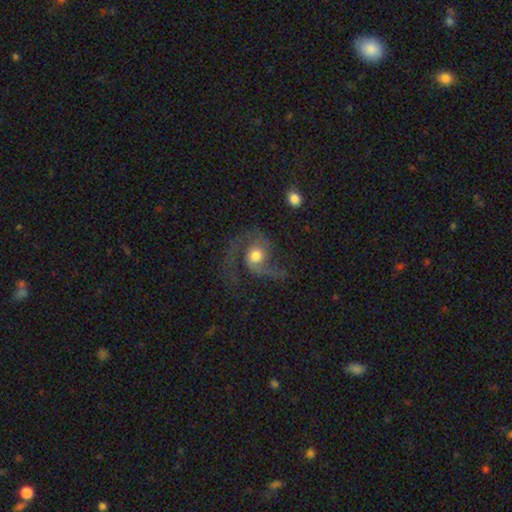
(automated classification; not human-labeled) Smooth or featured?
  - featured or disk: 80% *
  - smooth: 14%
  - star or artifact: 6%
Edge-on disk?
  - no: 97% *
  - yes: 3%
Bar?
  - no: 70% *
  - weak: 25%
  - strong: 5%
Spiral arms?
  - yes: 95% *
  - no: 5%
Spiral winding?
  - loose: 51% *
  - medium: 40%
  - tight: 9%
Spiral arm count?
  - 2: 80% *
  - 1: 7%
  - 3: 5%
  - can't tell: 4%
  - 4: 2%
  - more than 4: 2%
Bulge size?
  - moderate: 64% *
  - large: 22%
  - small: 11%
  - dominant: 2%
  - none: 2%
Merging?
  - none: 51% *
  - major disturbance: 28%
  - minor disturbance: 18%
  - merger: 3%